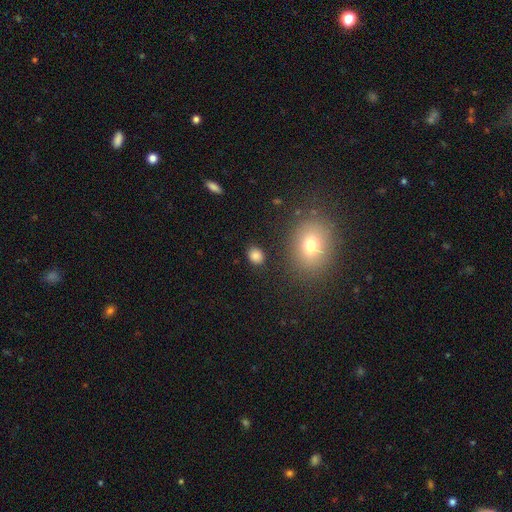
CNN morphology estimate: Smooth or featured? smooth (83%)
How rounded? round (53%)
Merging? none (85%)